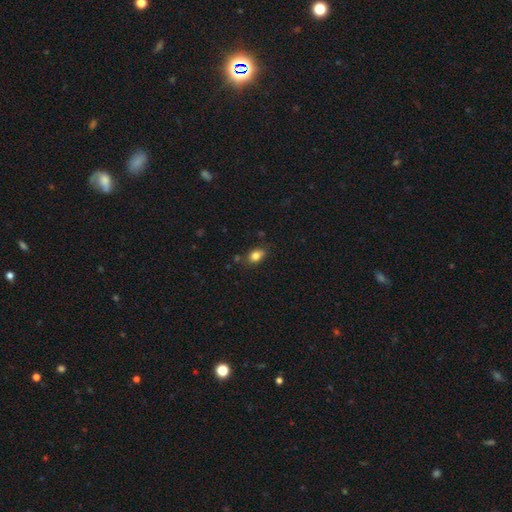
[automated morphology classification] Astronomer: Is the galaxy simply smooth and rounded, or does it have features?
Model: smooth — 82%.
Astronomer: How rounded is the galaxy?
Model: in between — 75%.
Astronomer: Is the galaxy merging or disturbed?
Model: none — 77%.